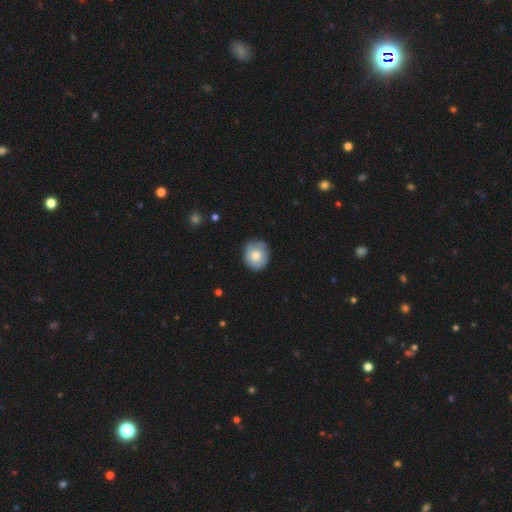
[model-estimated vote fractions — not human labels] smooth-or-featured: smooth: 75% | featured or disk: 18% | star or artifact: 7%
  how-rounded: round: 76% | in between: 23% | cigar-shaped: 1%
  merging: none: 80% | minor disturbance: 16% | major disturbance: 3% | merger: 1%